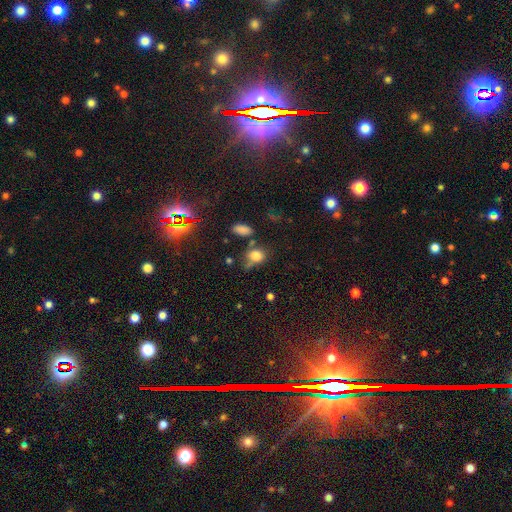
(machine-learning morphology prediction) Smooth or featured?
  - smooth: 75% *
  - star or artifact: 16%
  - featured or disk: 9%
How rounded?
  - round: 50% *
  - in between: 48%
  - cigar-shaped: 2%
Merging?
  - none: 50% *
  - minor disturbance: 26%
  - merger: 13%
  - major disturbance: 12%